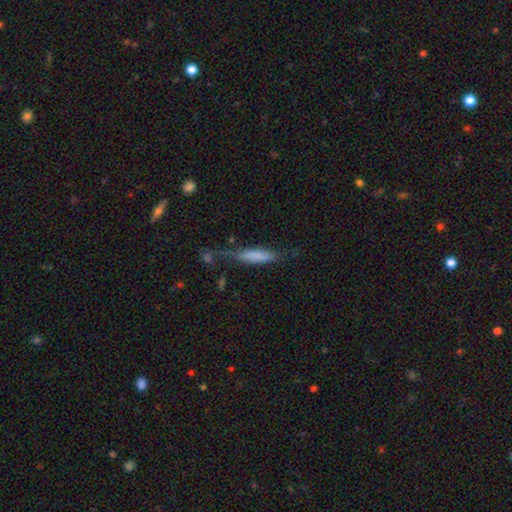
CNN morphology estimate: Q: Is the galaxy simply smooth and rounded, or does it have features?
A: smooth — 68%.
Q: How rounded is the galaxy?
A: cigar-shaped — 79%.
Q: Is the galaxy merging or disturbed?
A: none — 44%.